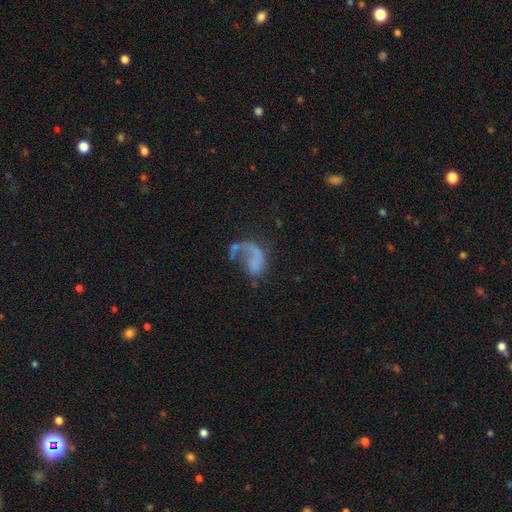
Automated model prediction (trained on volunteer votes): Smooth or featured? Predicted: featured or disk (p=0.53). Edge-on disk? Predicted: no (p=0.98). Bar? Predicted: no (p=0.85). Spiral arms? Predicted: no (p=0.56). Bulge size? Predicted: none (p=0.76). Merging? Predicted: major disturbance (p=0.49).